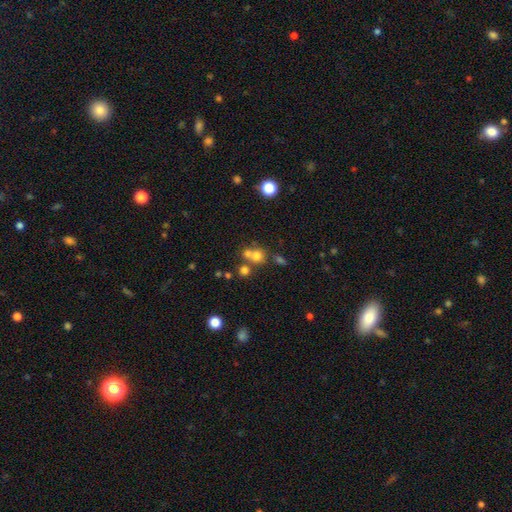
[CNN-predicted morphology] This appears to be a smooth galaxy with no disk features (69%) that is round (81%). Merging: none (47%).